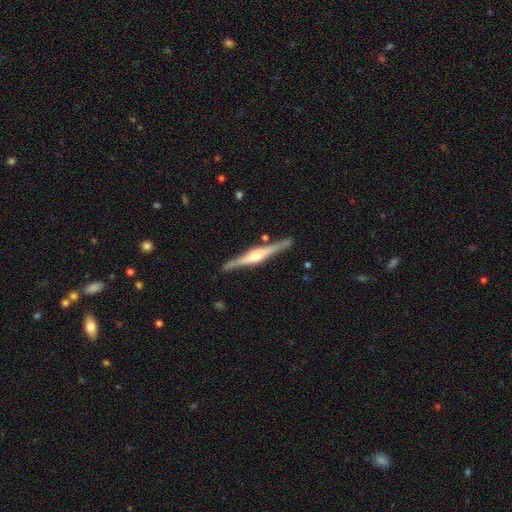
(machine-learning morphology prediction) smooth-or-featured: featured or disk: 80% | smooth: 15% | star or artifact: 5%
  disk-edge-on: yes: 98% | no: 2%
    edge-on-bulge: rounded: 77% | boxy: 18% | none: 4%
  merging: none: 88% | minor disturbance: 8% | merger: 2% | major disturbance: 2%